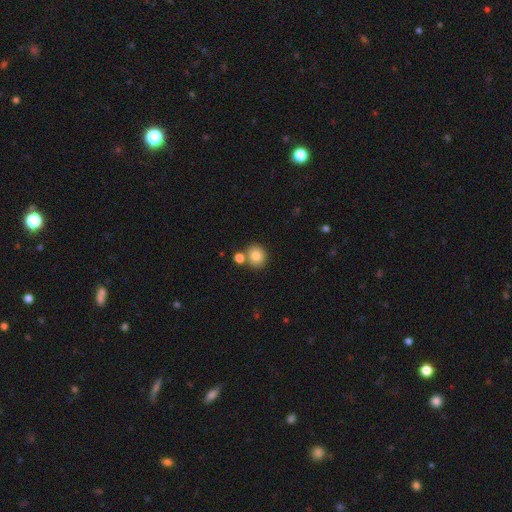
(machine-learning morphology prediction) smooth_or_featured: smooth (p=0.83) [alt: star or artifact p=0.10]
how_rounded: round (p=0.81) [alt: in between p=0.18]
merging: none (p=0.69) [alt: merger p=0.20]